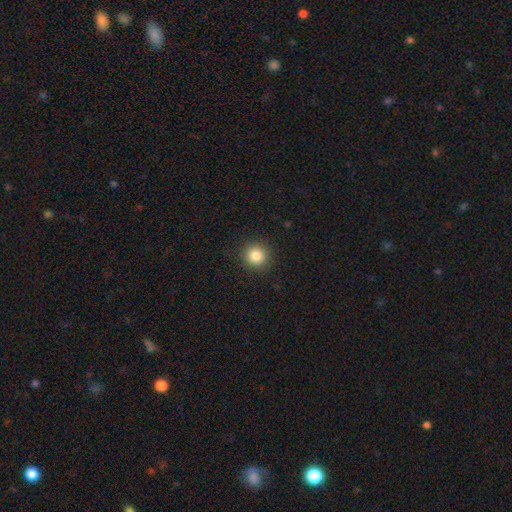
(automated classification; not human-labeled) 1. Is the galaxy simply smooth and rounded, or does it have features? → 84% smooth, 11% star or artifact, 5% featured or disk.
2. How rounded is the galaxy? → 93% round, 7% in between, 1% cigar-shaped.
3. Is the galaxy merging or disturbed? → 91% none, 6% minor disturbance, 2% major disturbance, 1% merger.